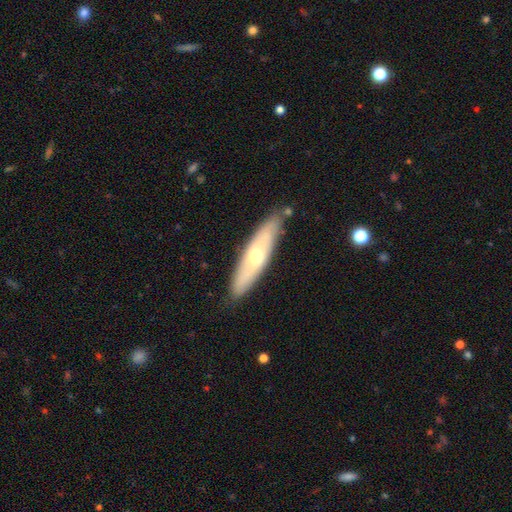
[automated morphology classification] smooth-or-featured: smooth: 48% | featured or disk: 46% | star or artifact: 6%
  merging: none: 82% | minor disturbance: 13% | major disturbance: 3% | merger: 2%